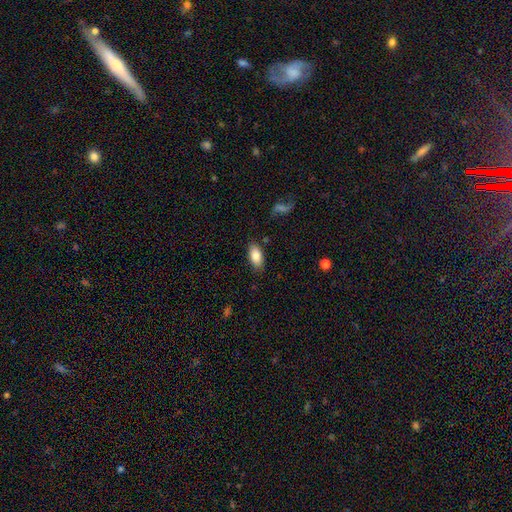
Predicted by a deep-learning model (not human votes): This appears to be a smooth galaxy with no disk features (84%) that is in between round and cigar-shaped (92%). Merging: none (83%).